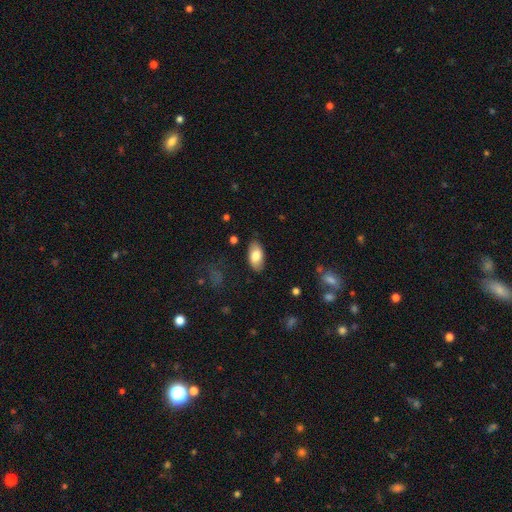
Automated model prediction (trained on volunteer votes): Smooth or featured? Predicted: smooth (p=0.79). How rounded? Predicted: in between (p=0.94). Merging? Predicted: none (p=0.84).